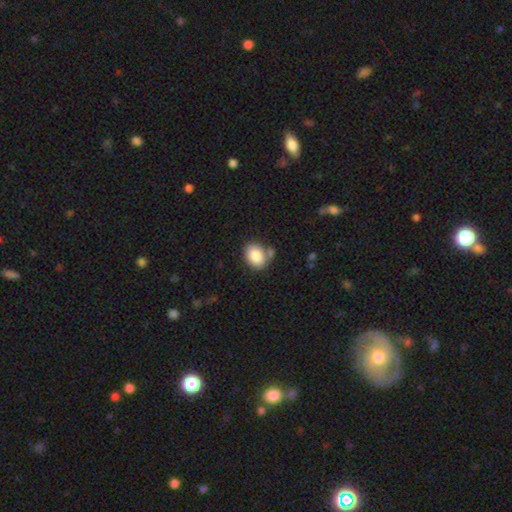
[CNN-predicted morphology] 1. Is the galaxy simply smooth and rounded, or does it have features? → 86% smooth, 8% star or artifact, 6% featured or disk.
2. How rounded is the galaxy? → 67% in between, 32% round, 1% cigar-shaped.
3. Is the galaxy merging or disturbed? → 65% none, 15% minor disturbance, 15% merger, 5% major disturbance.